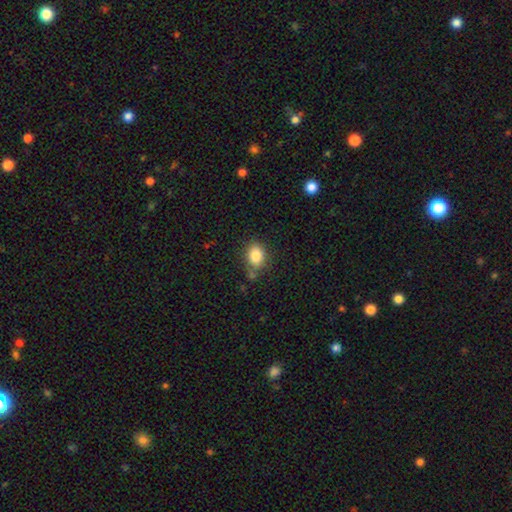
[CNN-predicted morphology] Smooth or featured?
  - smooth: 84% *
  - star or artifact: 9%
  - featured or disk: 7%
How rounded?
  - in between: 66% *
  - round: 33%
  - cigar-shaped: 1%
Merging?
  - none: 68% *
  - minor disturbance: 20%
  - merger: 7%
  - major disturbance: 5%